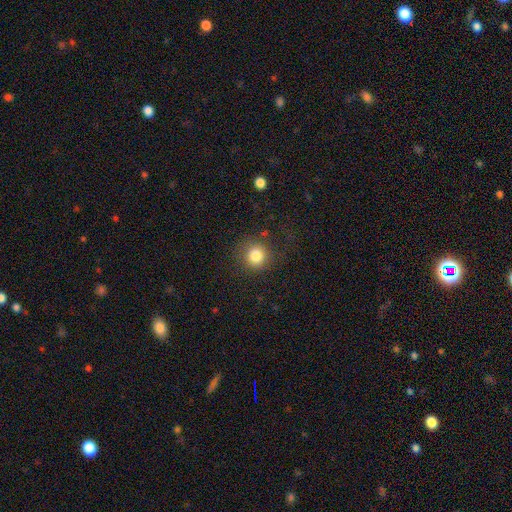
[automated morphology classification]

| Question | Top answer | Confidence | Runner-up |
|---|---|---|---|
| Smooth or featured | smooth | 82% | star or artifact (11%) |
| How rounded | round | 91% | in between (8%) |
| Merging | none | 82% | minor disturbance (11%) |